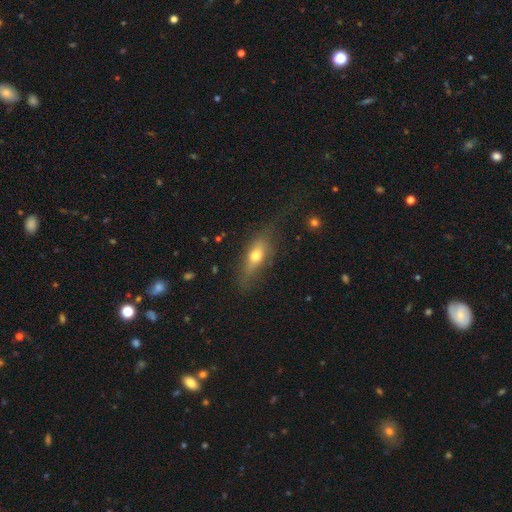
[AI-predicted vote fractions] A smooth galaxy with no disk features (59%) that is in between round and cigar-shaped (65%).

Vote fractions:
- Smooth or featured? smooth: 59% / featured or disk: 31% / star or artifact: 9%
- How rounded? in between: 65% / cigar-shaped: 28% / round: 7%
- Merging? none: 52% / minor disturbance: 25% / major disturbance: 21% / merger: 3%